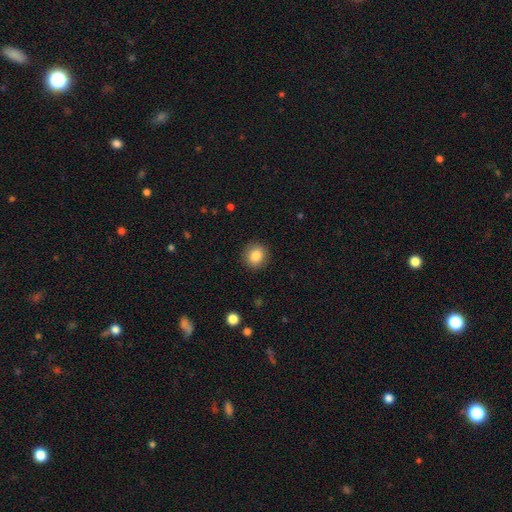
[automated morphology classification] Smooth or featured?
  - smooth: 85% *
  - star or artifact: 9%
  - featured or disk: 6%
How rounded?
  - round: 84% *
  - in between: 15%
  - cigar-shaped: 1%
Merging?
  - none: 90% *
  - minor disturbance: 6%
  - major disturbance: 2%
  - merger: 1%